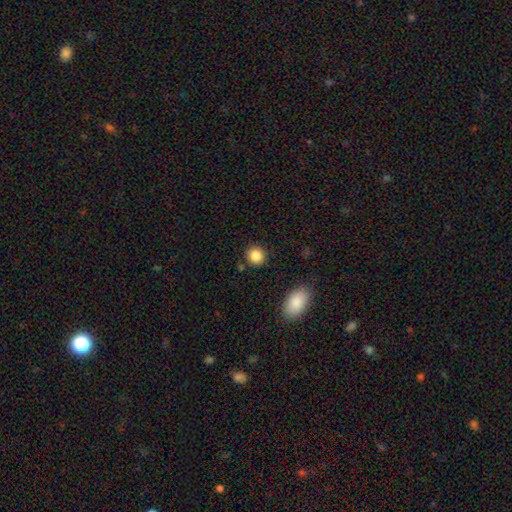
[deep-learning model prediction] This appears to be a smooth galaxy with no disk features (87%) that is round (85%). Merging: none (87%).